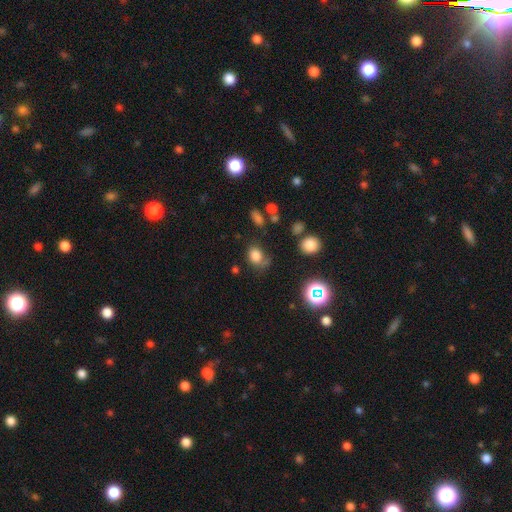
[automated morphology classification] Smooth or featured?
  - smooth: 77% *
  - star or artifact: 15%
  - featured or disk: 8%
How rounded?
  - in between: 54% *
  - round: 44%
  - cigar-shaped: 1%
Merging?
  - none: 54% *
  - minor disturbance: 26%
  - major disturbance: 14%
  - merger: 6%